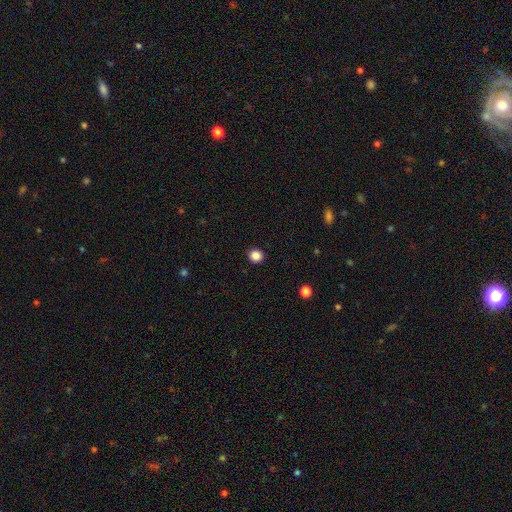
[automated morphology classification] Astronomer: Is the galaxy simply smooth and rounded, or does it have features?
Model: smooth — 86%.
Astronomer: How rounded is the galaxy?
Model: round — 90%.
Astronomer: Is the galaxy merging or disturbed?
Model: none — 93%.